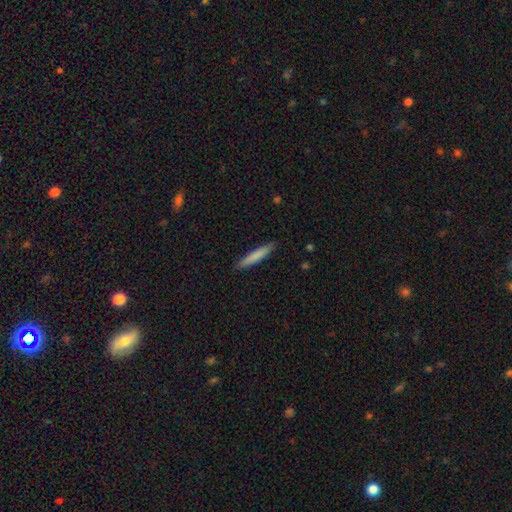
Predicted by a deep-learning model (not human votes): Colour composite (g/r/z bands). It shows a smooth galaxy with no disk features (77%) that is cigar-shaped (93%). Merging: none (89%).